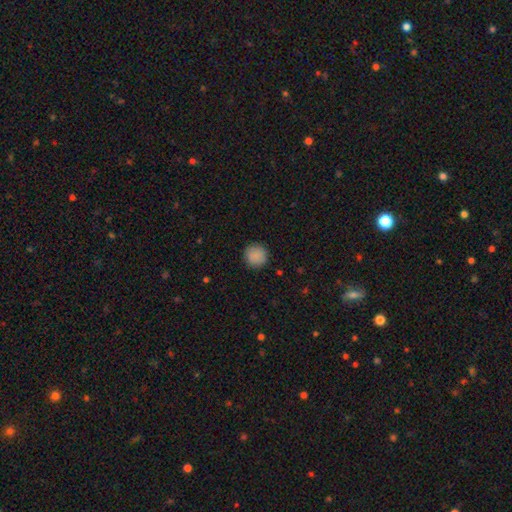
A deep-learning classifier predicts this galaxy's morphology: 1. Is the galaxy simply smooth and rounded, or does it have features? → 89% smooth, 8% star or artifact, 3% featured or disk.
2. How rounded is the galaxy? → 95% round, 4% in between, 1% cigar-shaped.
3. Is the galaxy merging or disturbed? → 91% none, 6% minor disturbance, 2% major disturbance, 1% merger.